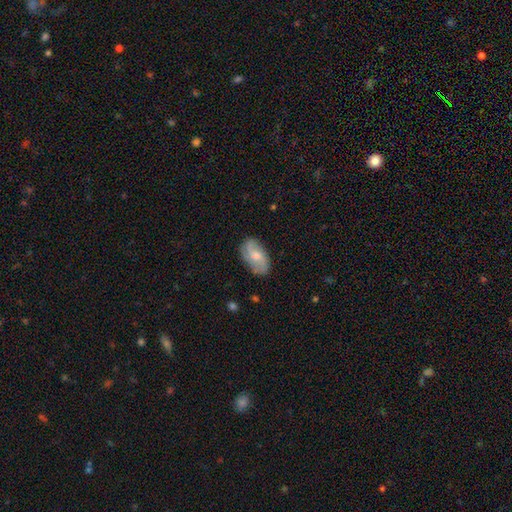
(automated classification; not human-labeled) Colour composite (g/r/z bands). It shows a featured or disk galaxy (51%). Merging: none (77%).